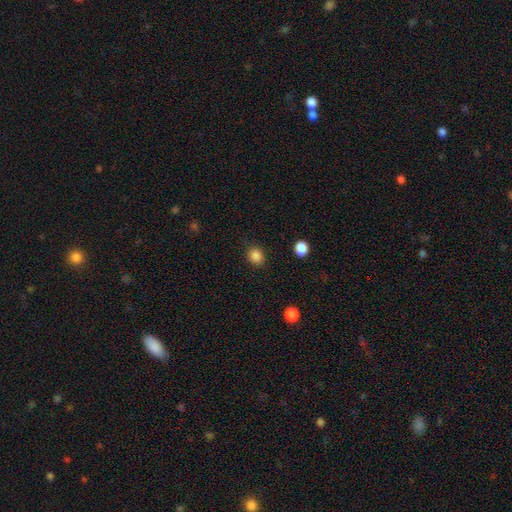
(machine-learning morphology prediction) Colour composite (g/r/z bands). It shows a smooth galaxy with no disk features (86%) that is round (76%). Merging: none (88%).